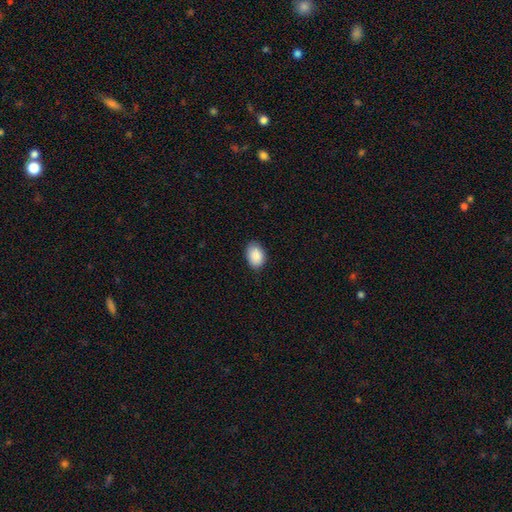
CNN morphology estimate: Q: Smooth or featured?
A: smooth (90%); runner-up: star or artifact (7%)
Q: How rounded?
A: in between (83%); runner-up: round (16%)
Q: Merging?
A: none (83%); runner-up: minor disturbance (14%)